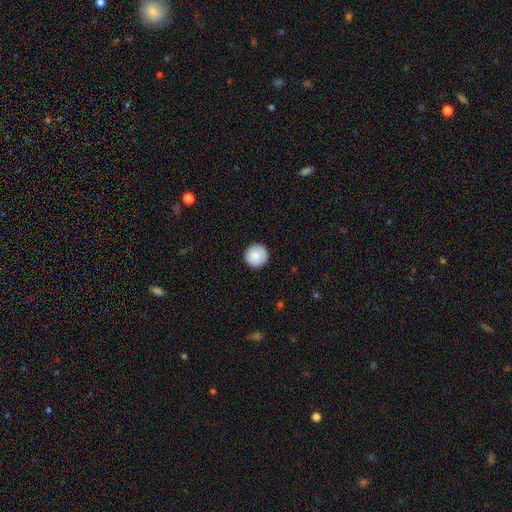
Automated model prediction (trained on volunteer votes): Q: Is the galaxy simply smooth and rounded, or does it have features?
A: smooth — 86%.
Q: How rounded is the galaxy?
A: round — 96%.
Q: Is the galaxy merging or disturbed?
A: none — 91%.